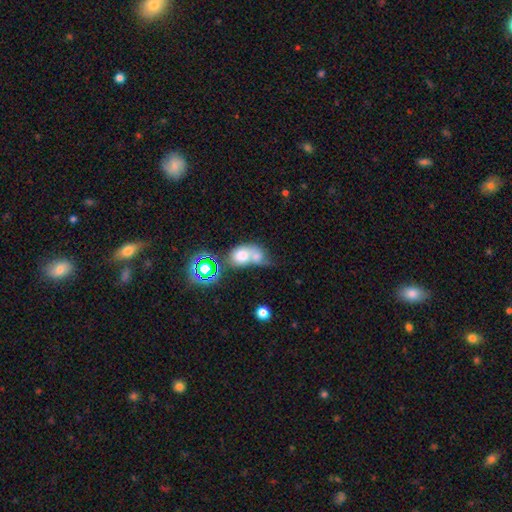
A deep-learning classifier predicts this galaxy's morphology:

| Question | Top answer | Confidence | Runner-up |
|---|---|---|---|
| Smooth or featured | smooth | 66% | featured or disk (19%) |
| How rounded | in between | 56% | round (42%) |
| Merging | merger | 64% | none (20%) |